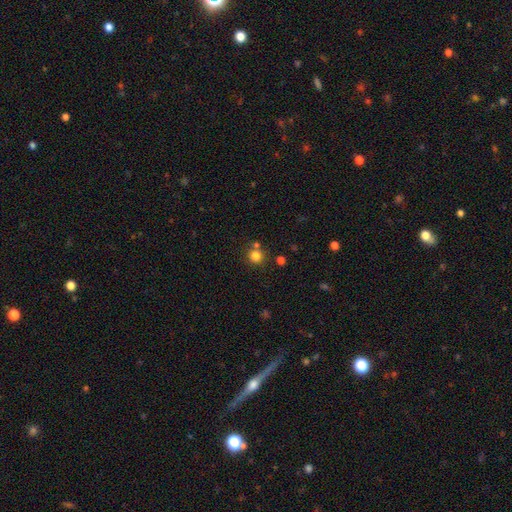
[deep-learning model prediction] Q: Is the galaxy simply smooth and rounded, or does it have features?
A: smooth — 81%.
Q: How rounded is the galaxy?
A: round — 91%.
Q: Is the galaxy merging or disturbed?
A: none — 72%.